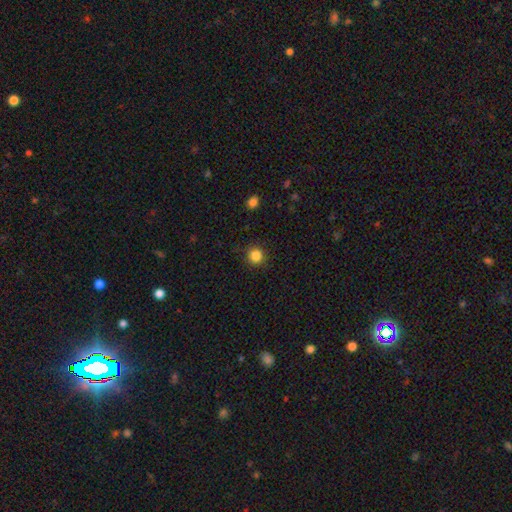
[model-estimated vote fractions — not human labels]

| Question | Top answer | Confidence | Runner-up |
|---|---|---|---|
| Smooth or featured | smooth | 84% | star or artifact (12%) |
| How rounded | round | 94% | in between (5%) |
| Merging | none | 90% | minor disturbance (7%) |